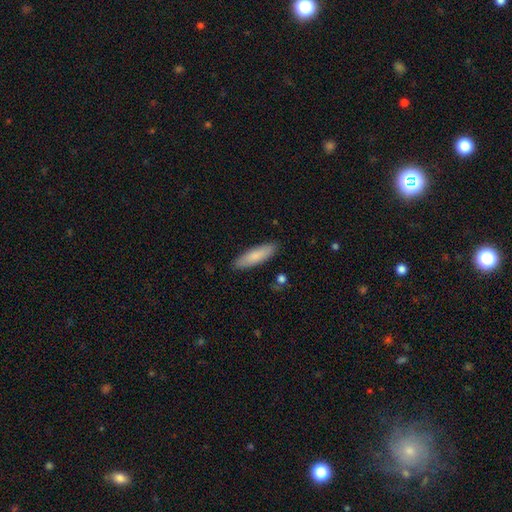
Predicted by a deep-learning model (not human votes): Smooth or featured: smooth — 83% (featured or disk — 12%)
How rounded: cigar-shaped — 57% (in between — 42%)
Merging: none — 88% (minor disturbance — 9%)